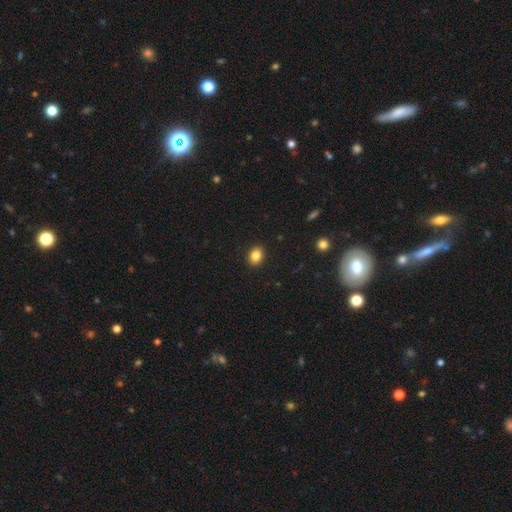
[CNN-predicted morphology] smooth-or-featured: smooth: 84% | star or artifact: 10% | featured or disk: 6%
  how-rounded: in between: 52% | round: 47% | cigar-shaped: 1%
  merging: none: 91% | minor disturbance: 6% | major disturbance: 2% | merger: 1%